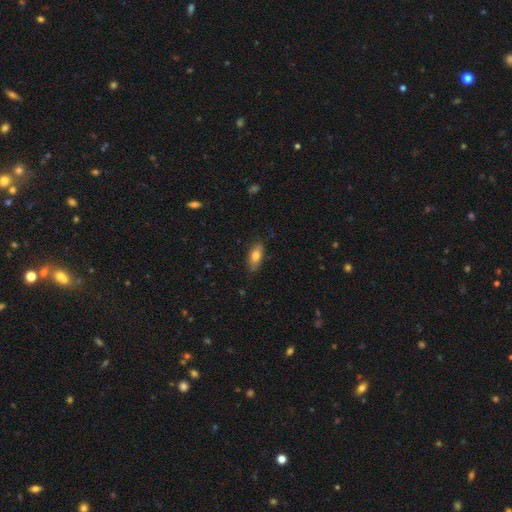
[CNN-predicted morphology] This is likely a smooth galaxy (75%). How rounded: clearly in between (84%). Merging: clearly none (81%).